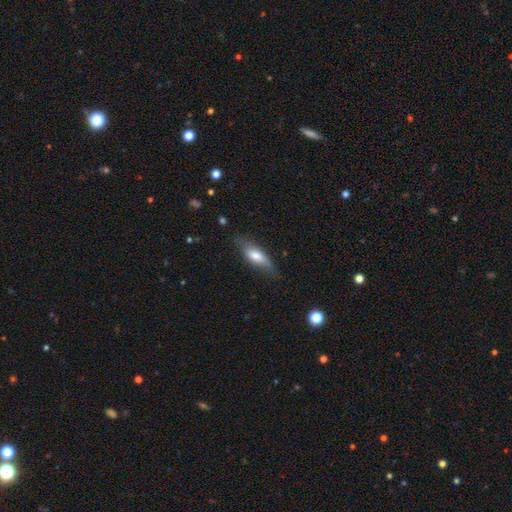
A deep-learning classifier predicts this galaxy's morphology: Smooth or featured? smooth (64%)
How rounded? in between (62%)
Merging? none (66%)